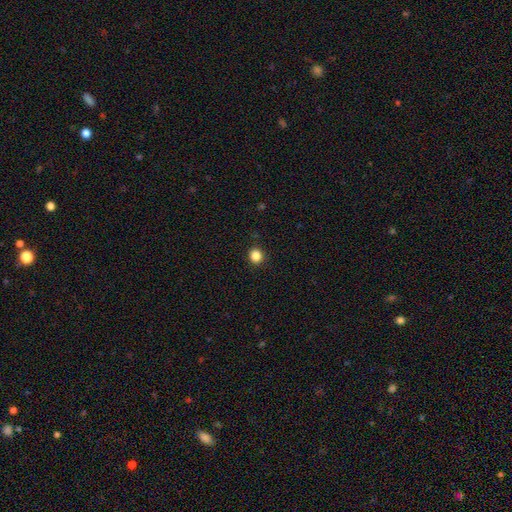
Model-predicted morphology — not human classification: The model was most divided on "smooth or featured": smooth: 85%, star or artifact: 12%, featured or disk: 3%. More confident: merging — none (92%); how rounded — round (90%).